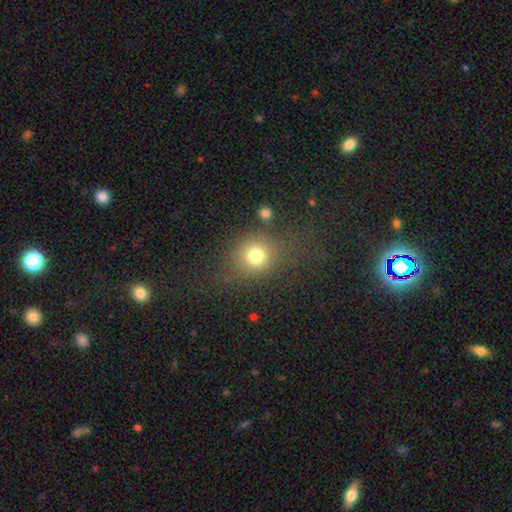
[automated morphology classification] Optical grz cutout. It shows a smooth galaxy with no disk features (75%) that is round (75%). Merging: none (68%).